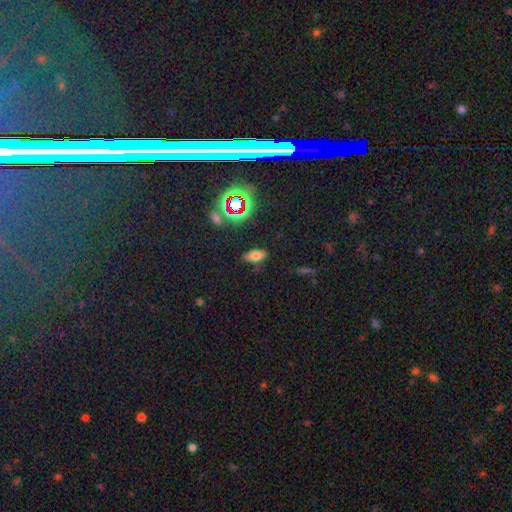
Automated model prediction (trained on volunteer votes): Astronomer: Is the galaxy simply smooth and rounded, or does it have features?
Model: smooth — 66%.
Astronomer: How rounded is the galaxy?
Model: in between — 83%.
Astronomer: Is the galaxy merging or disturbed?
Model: none — 83%.